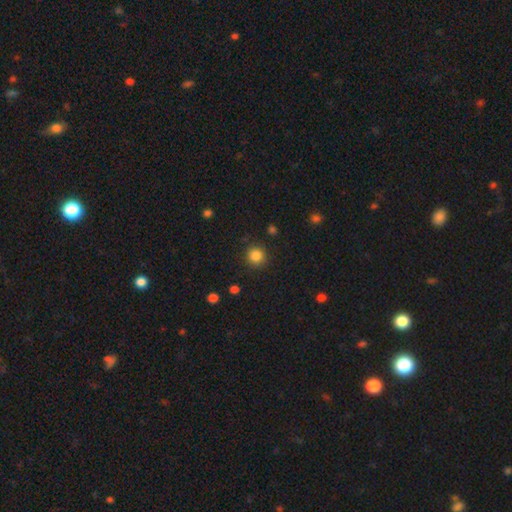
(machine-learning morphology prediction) Overall: smooth (85%). How rounded: round (92%). Merging: none (89%).